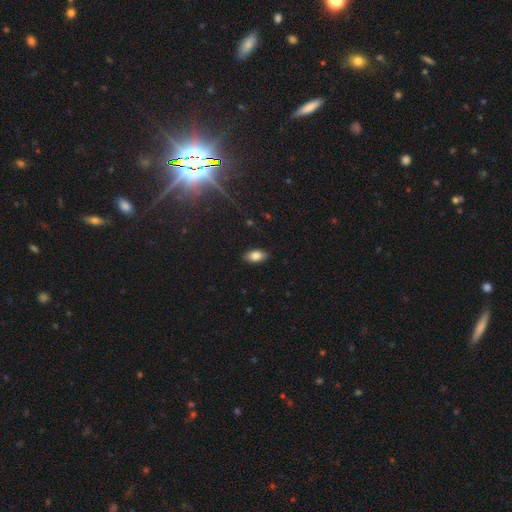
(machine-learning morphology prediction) Smooth or featured: smooth — 80% (featured or disk — 10%)
How rounded: in between — 92% (round — 5%)
Merging: none — 88% (minor disturbance — 9%)